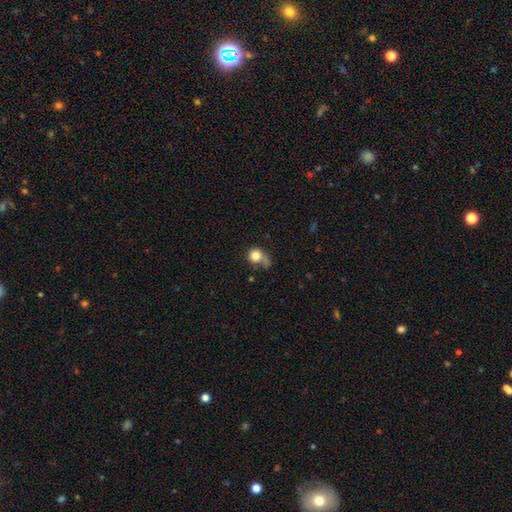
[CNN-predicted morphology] This is likely a smooth galaxy (77%). How rounded: likely round (80%). Merging: marginally none (32%, tied with major disturbance).